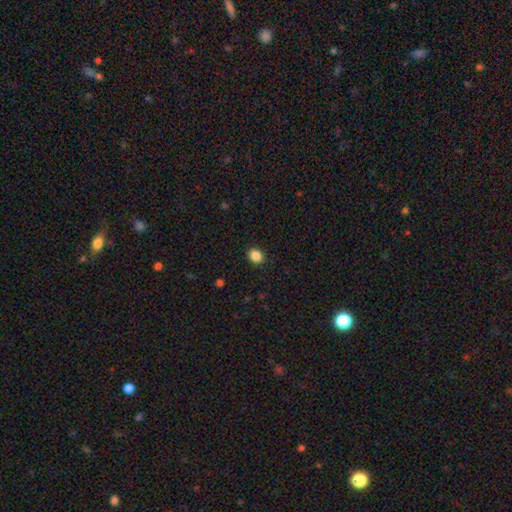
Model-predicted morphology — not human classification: Smooth or featured: smooth — 87% (star or artifact — 10%)
How rounded: round — 57% (in between — 42%)
Merging: none — 90% (minor disturbance — 7%)